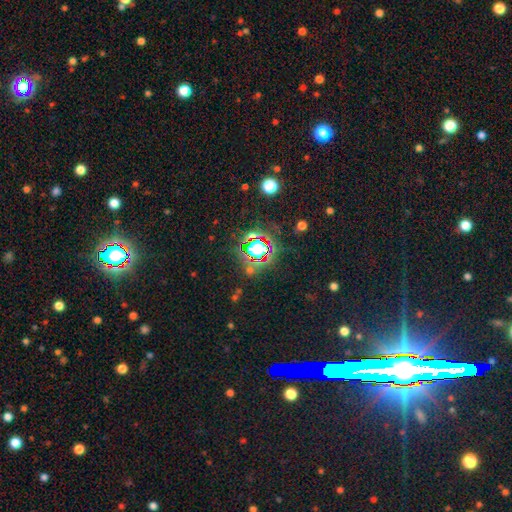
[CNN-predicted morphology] Smooth or featured?
  - star or artifact: 74% *
  - smooth: 17%
  - featured or disk: 10%